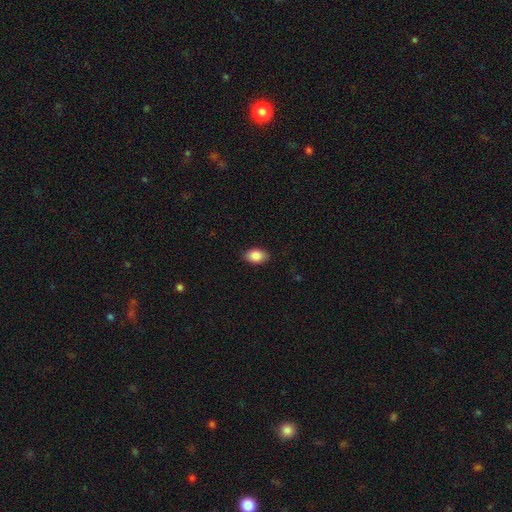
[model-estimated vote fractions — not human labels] A smooth galaxy with no disk features (87%) that is in between round and cigar-shaped (88%).

Vote fractions:
- Smooth or featured? smooth: 87% / star or artifact: 7% / featured or disk: 5%
- How rounded? in between: 88% / round: 11% / cigar-shaped: 1%
- Merging? none: 88% / minor disturbance: 9% / major disturbance: 2% / merger: 1%